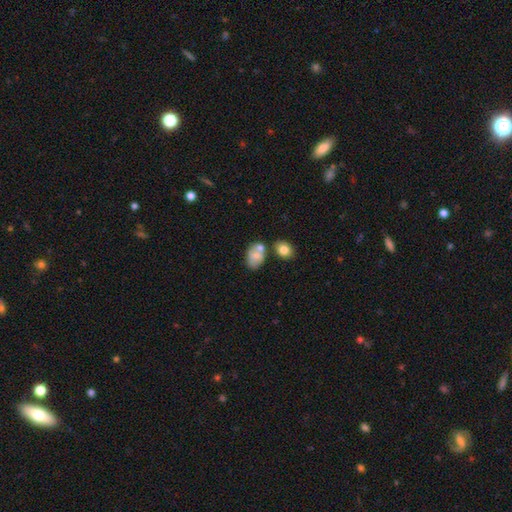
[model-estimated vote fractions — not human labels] Smooth or featured? Predicted: smooth (p=0.72). How rounded? Predicted: in between (p=0.81). Merging? Predicted: none (p=0.48).